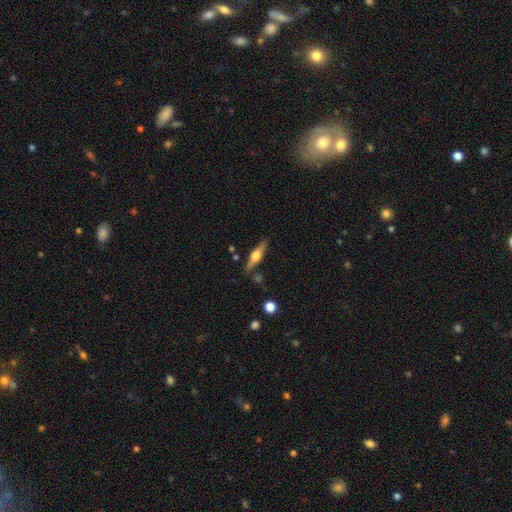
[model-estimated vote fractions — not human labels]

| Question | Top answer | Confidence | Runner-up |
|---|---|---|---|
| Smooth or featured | featured or disk | 68% | smooth (26%) |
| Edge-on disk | yes | 96% | no (4%) |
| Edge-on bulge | rounded | 93% | boxy (6%) |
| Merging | none | 83% | minor disturbance (10%) |